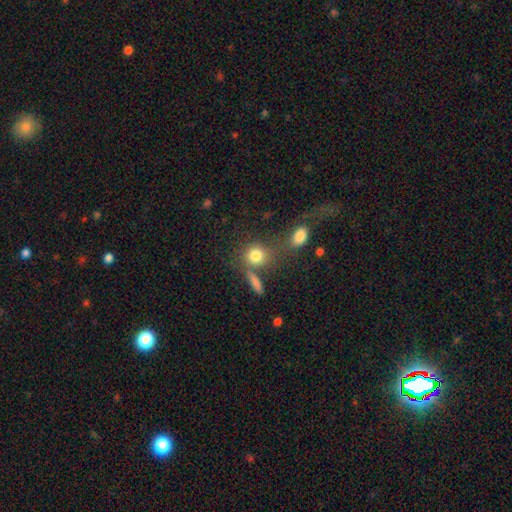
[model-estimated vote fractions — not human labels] smooth-or-featured: smooth: 80% | star or artifact: 11% | featured or disk: 9%
  how-rounded: round: 74% | in between: 24% | cigar-shaped: 3%
  merging: none: 53% | merger: 28% | minor disturbance: 12% | major disturbance: 8%